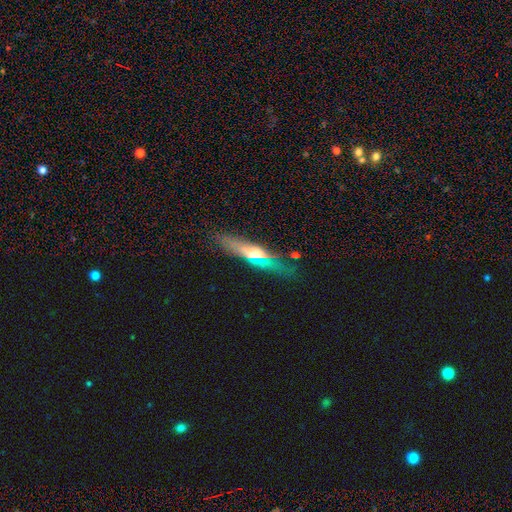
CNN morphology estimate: This appears to be a featured or disk galaxy (50%) viewed edge-on (83%). Merging: none (82%).